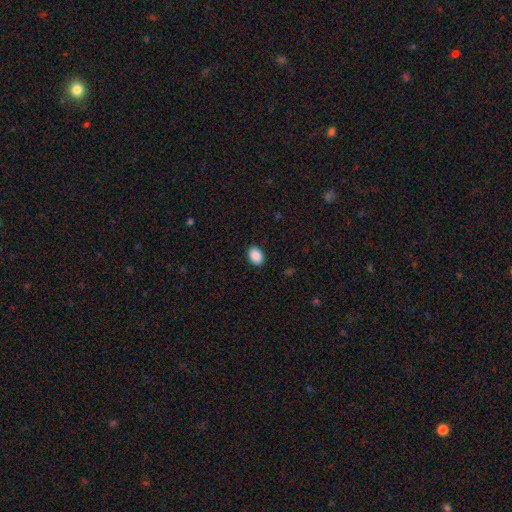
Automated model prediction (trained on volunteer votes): smooth-or-featured: smooth: 90% | star or artifact: 7% | featured or disk: 2%
  how-rounded: in between: 82% | round: 17% | cigar-shaped: 1%
  merging: none: 90% | minor disturbance: 7% | major disturbance: 2% | merger: 1%